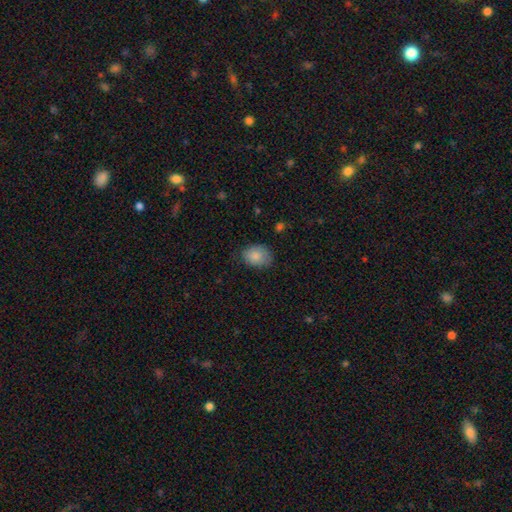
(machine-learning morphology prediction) smooth_or_featured: smooth (p=0.86) [alt: star or artifact p=0.07]
how_rounded: in between (p=0.63) [alt: round p=0.36]
merging: none (p=0.74) [alt: minor disturbance p=0.20]